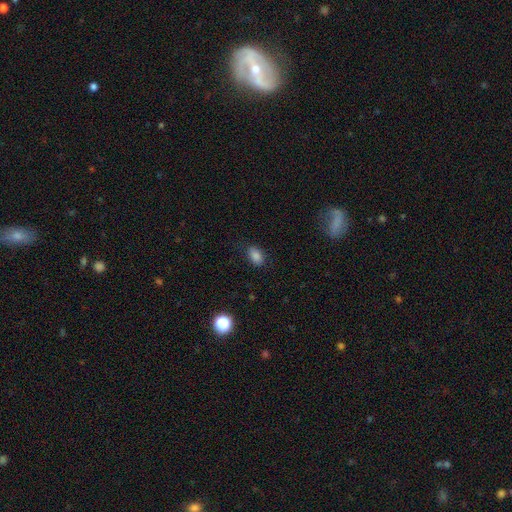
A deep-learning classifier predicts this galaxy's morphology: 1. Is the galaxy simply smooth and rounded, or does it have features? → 84% smooth, 11% star or artifact, 5% featured or disk.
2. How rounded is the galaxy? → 87% in between, 11% round, 2% cigar-shaped.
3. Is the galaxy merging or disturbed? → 81% none, 14% minor disturbance, 4% major disturbance, 1% merger.